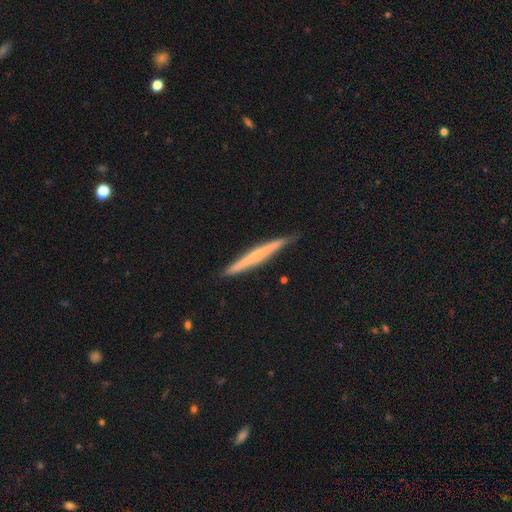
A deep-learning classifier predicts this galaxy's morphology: The model was most divided on "smooth or featured": featured or disk: 52%, smooth: 42%, star or artifact: 6%. More confident: edge-on disk — yes (97%); merging — none (87%).